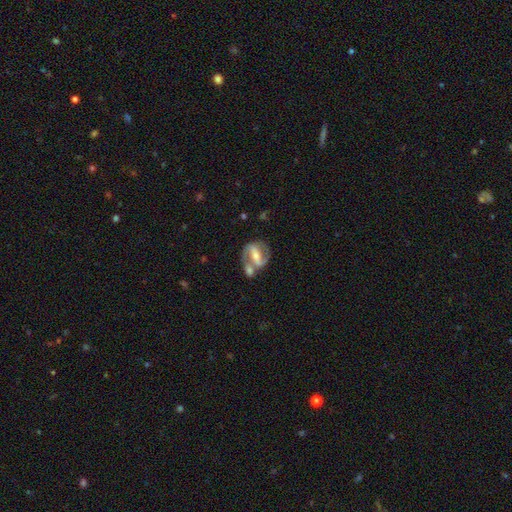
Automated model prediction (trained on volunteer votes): featured or disk 79%, smooth 16%, star or artifact 6%. Down the decision tree: edge-on disk — no (94%); bar — strong (66%); spiral arms — yes (80%); spiral arm count — 2 (84%); spiral winding — medium (47%); bulge size — moderate (50%); merging — none (48%).